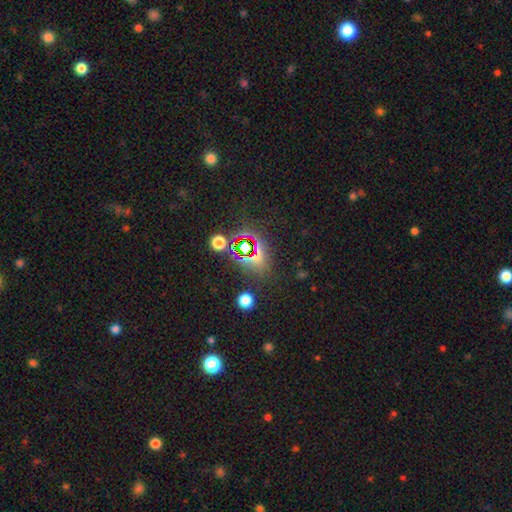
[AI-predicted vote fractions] Morphology: type=star or artifact (60%).